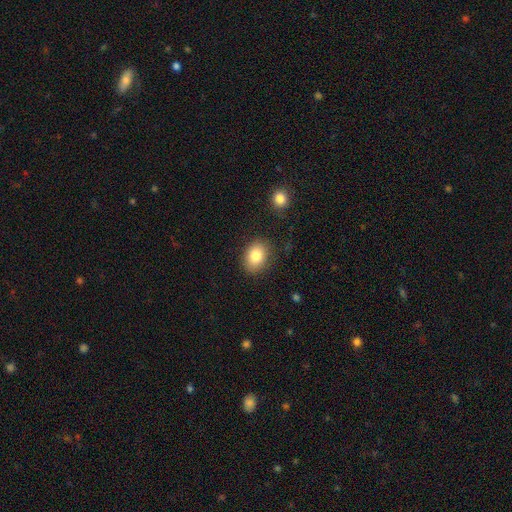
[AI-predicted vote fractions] This is clearly a smooth galaxy (84%). How rounded: likely in between (67%). Merging: clearly none (84%).